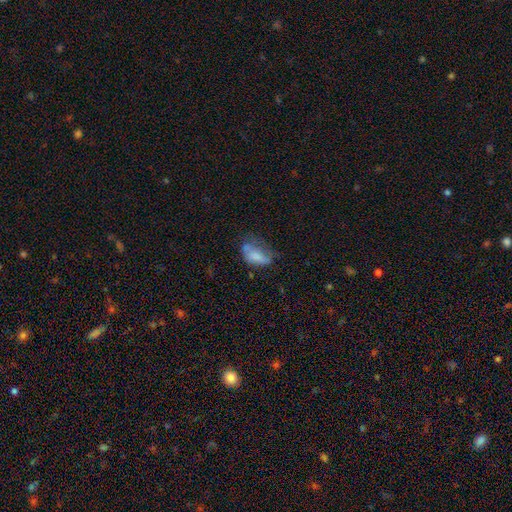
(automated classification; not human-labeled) Overall: smooth (64%; featured or disk 26%). How rounded: in between (88%). Merging: major disturbance (33%; minor disturbance 32%).